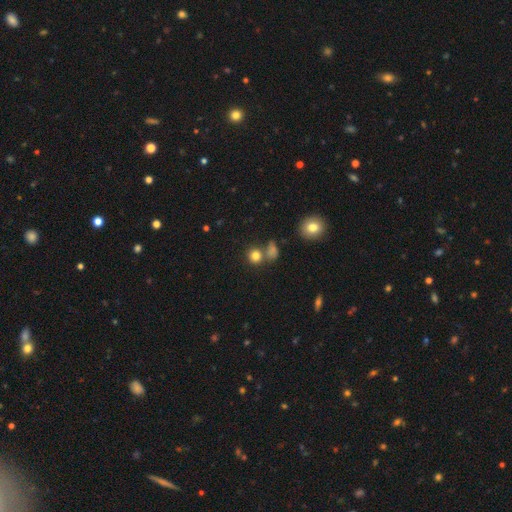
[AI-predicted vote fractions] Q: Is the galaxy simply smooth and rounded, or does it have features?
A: smooth — 81%.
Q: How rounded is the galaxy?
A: round — 85%.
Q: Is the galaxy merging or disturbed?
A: none — 65%.